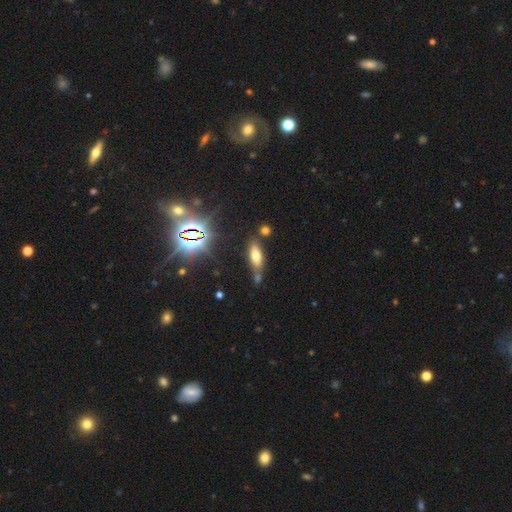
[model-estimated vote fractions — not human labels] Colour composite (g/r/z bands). It shows a smooth galaxy with no disk features (60%) that is in between round and cigar-shaped (71%). Merging: none (63%).